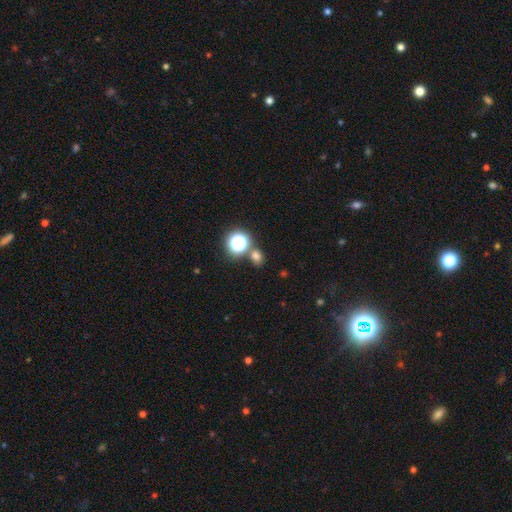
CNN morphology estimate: A smooth galaxy with no disk features (68%) that is round (61%).

Vote fractions:
- Smooth or featured? smooth: 68% / star or artifact: 26% / featured or disk: 6%
- How rounded? round: 61% / in between: 38% / cigar-shaped: 1%
- Merging? none: 70% / merger: 17% / minor disturbance: 9% / major disturbance: 4%